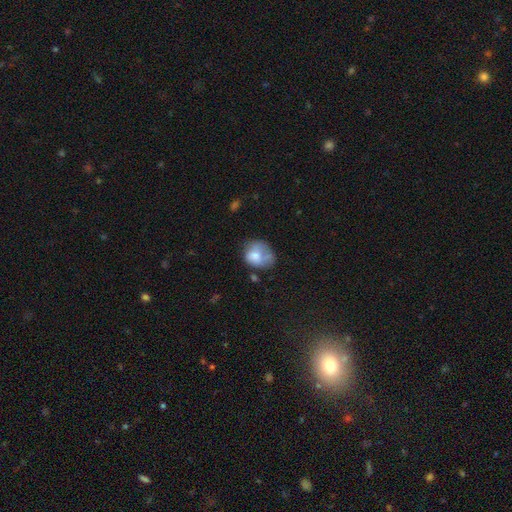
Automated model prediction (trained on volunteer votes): Smooth or featured? smooth (68%)
How rounded? in between (50%)
Merging? none (34%)